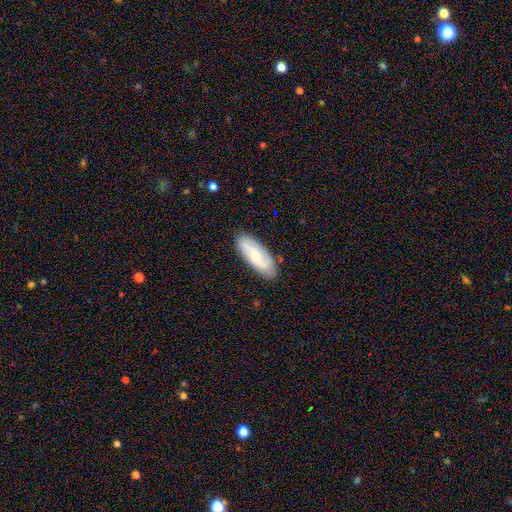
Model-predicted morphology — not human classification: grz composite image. It shows a smooth galaxy with no disk features (54%) that is in between round and cigar-shaped (73%). Merging: none (84%).